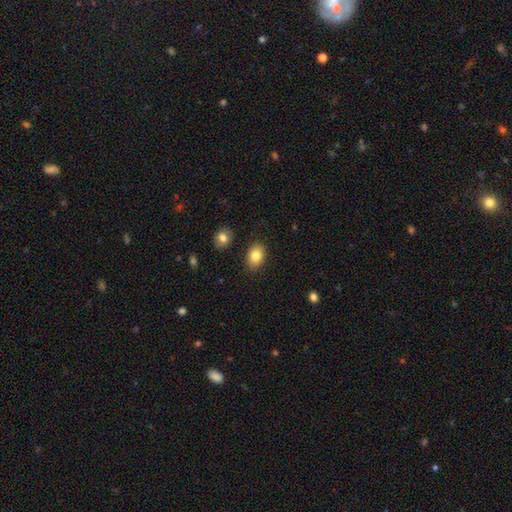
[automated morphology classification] smooth-or-featured: smooth: 83% | featured or disk: 9% | star or artifact: 8%
  how-rounded: in between: 84% | round: 15% | cigar-shaped: 1%
  merging: none: 86% | minor disturbance: 10% | merger: 2% | major disturbance: 2%